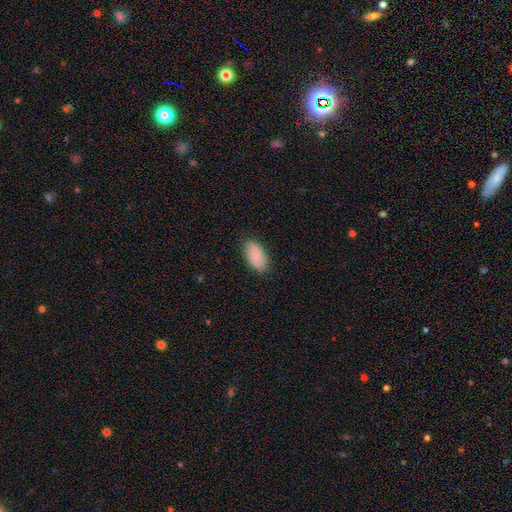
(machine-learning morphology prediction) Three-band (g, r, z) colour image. It shows a smooth galaxy with no disk features (82%) that is in between round and cigar-shaped (94%). Merging: none (84%).